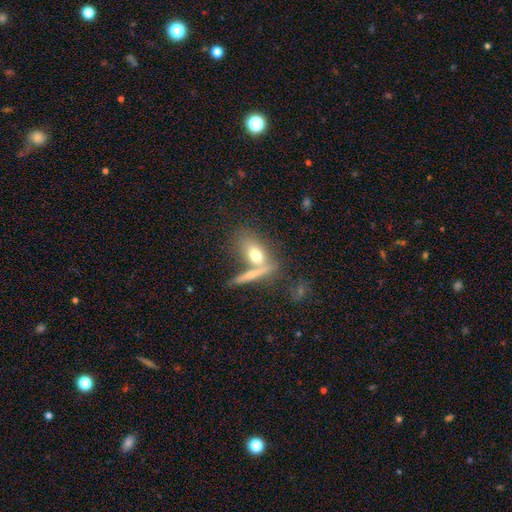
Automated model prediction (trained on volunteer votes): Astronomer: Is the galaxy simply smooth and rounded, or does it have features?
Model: smooth — 65%.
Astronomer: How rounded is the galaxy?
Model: in between — 70%.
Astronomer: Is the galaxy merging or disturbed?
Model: none — 44% (runner-up: merger, 39%).